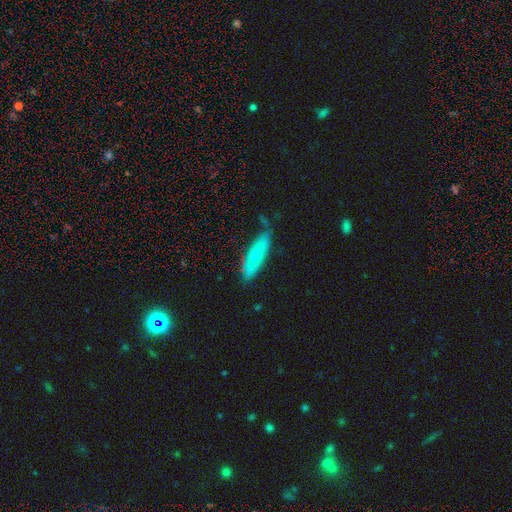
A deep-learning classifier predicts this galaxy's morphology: smooth_or_featured: smooth (p=0.65) [alt: featured or disk p=0.29]
how_rounded: cigar-shaped (p=0.53) [alt: in between p=0.45]
merging: none (p=0.62) [alt: minor disturbance p=0.27]